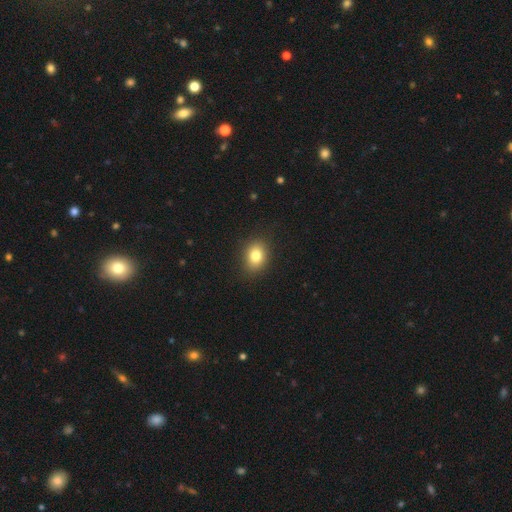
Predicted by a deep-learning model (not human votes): Smooth or featured: smooth — 81% (star or artifact — 10%)
How rounded: in between — 59% (round — 39%)
Merging: none — 88% (minor disturbance — 9%)